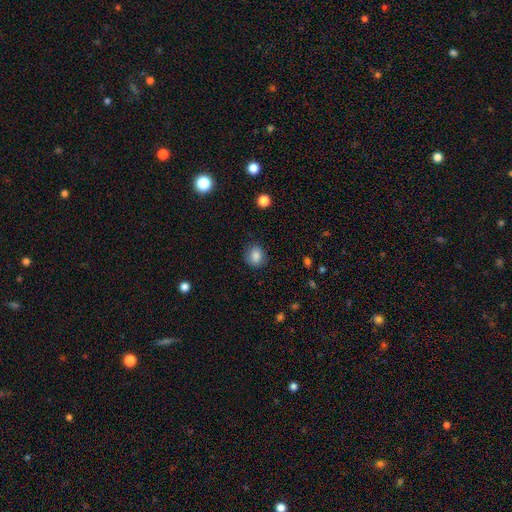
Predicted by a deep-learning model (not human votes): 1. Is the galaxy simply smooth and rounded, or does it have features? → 85% smooth, 10% star or artifact, 5% featured or disk.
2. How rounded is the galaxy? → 70% round, 30% in between, 1% cigar-shaped.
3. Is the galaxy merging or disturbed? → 84% none, 12% minor disturbance, 3% major disturbance, 1% merger.